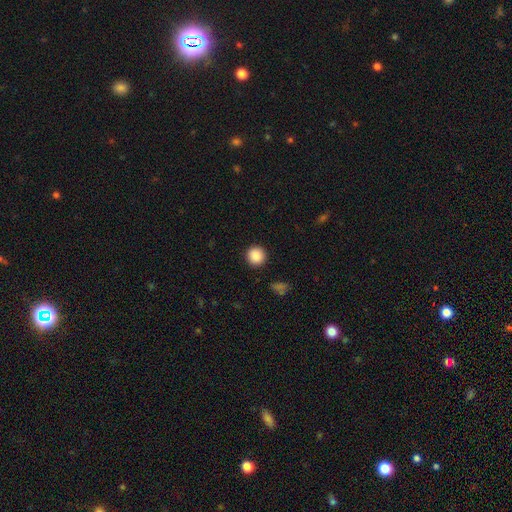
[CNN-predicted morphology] smooth-or-featured: smooth: 88% | star or artifact: 9% | featured or disk: 3%
  how-rounded: round: 94% | in between: 5% | cigar-shaped: 1%
  merging: none: 92% | minor disturbance: 5% | major disturbance: 2% | merger: 1%